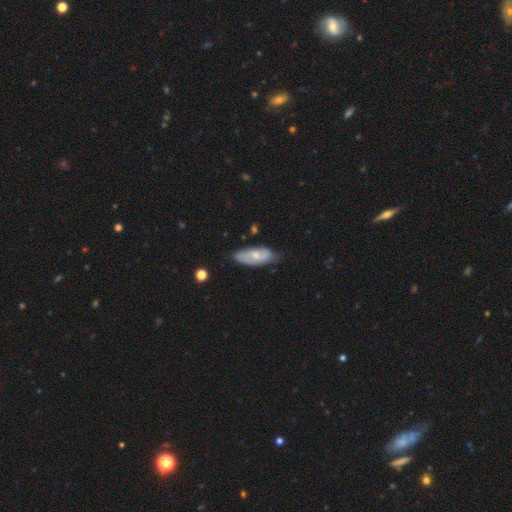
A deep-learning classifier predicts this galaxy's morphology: A smooth galaxy with no disk features (49%). Merging: none (66%).